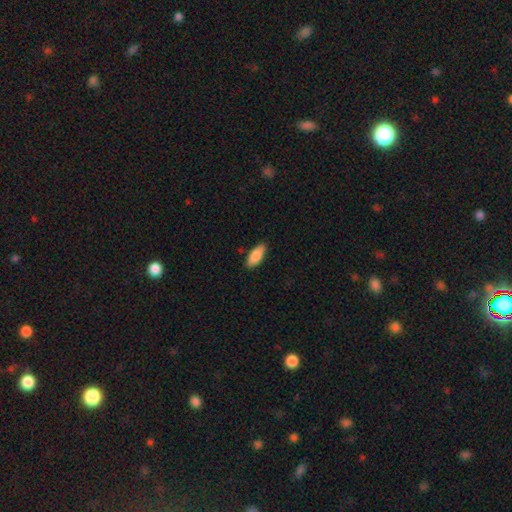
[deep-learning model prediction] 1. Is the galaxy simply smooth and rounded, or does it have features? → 85% smooth, 9% featured or disk, 6% star or artifact.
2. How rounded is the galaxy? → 80% in between, 18% cigar-shaped, 2% round.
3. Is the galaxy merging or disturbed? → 87% none, 10% minor disturbance, 2% major disturbance, 1% merger.